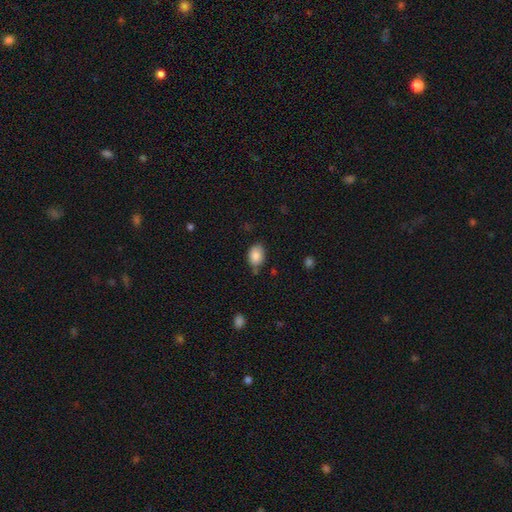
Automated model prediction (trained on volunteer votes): Overall: smooth (86%). How rounded: in between (78%). Merging: none (70%).